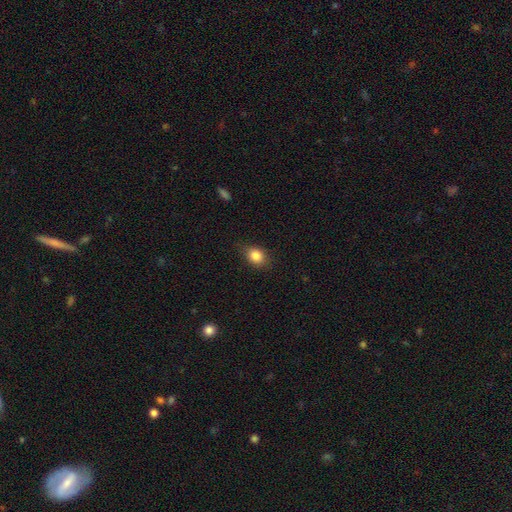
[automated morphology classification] This is clearly a smooth galaxy (85%). How rounded: possibly in between (56%). Merging: likely none (79%).